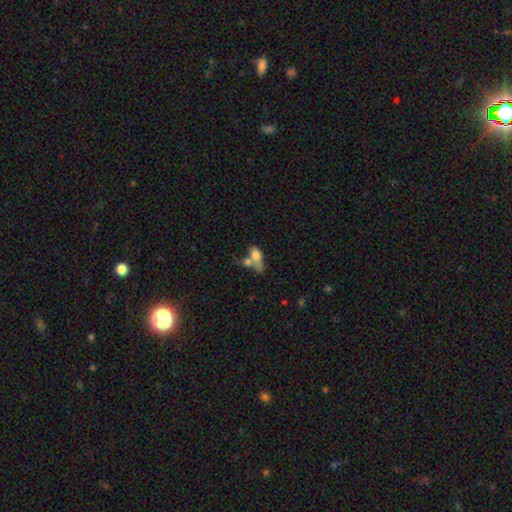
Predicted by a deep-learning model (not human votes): smooth-or-featured: smooth: 68% | featured or disk: 23% | star or artifact: 10%
  how-rounded: in between: 77% | round: 14% | cigar-shaped: 8%
  merging: merger: 57% | none: 21% | major disturbance: 11% | minor disturbance: 10%